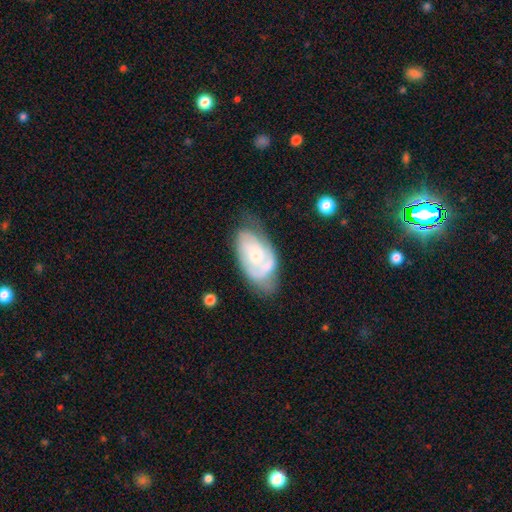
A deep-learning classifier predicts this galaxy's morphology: Overall: featured or disk (62%; smooth 32%). Edge-on disk: no (95%). Bar: no (77%). Spiral arms: yes (65%; no 35%). Bulge size: small (57%; moderate 35%). Merging: none (39%; minor disturbance 31%).